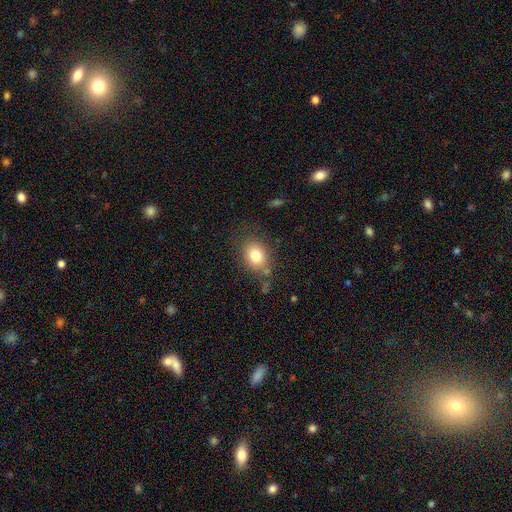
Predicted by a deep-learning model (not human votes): smooth 79%, featured or disk 11%, star or artifact 10%. Down the decision tree: how rounded — in between (53%); merging — none (71%).